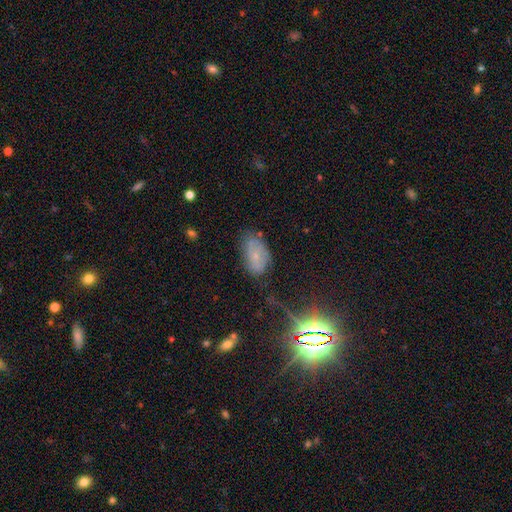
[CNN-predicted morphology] This appears to be a smooth galaxy with no disk features (46%). Merging: none (65%).